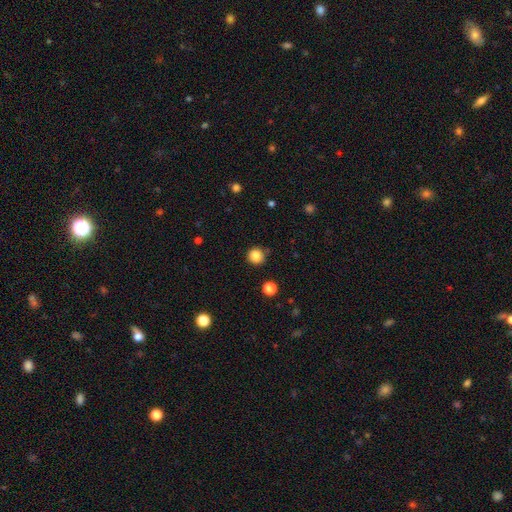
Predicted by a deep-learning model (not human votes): A smooth galaxy with no disk features (85%) that is round (93%). Merging: none (85%).